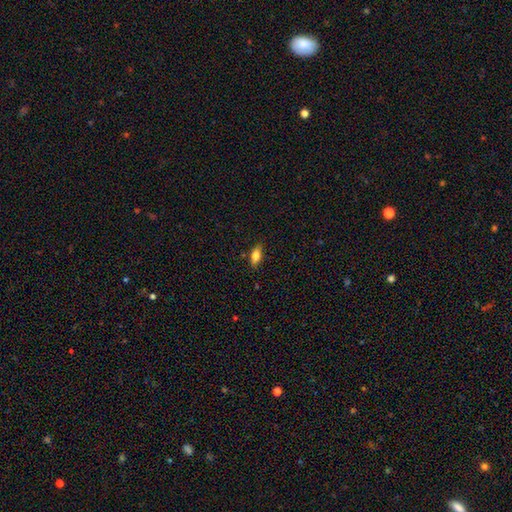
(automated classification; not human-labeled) The model was most divided on "smooth or featured": smooth: 75%, featured or disk: 17%, star or artifact: 8%. More confident: merging — none (82%); how rounded — in between (82%).